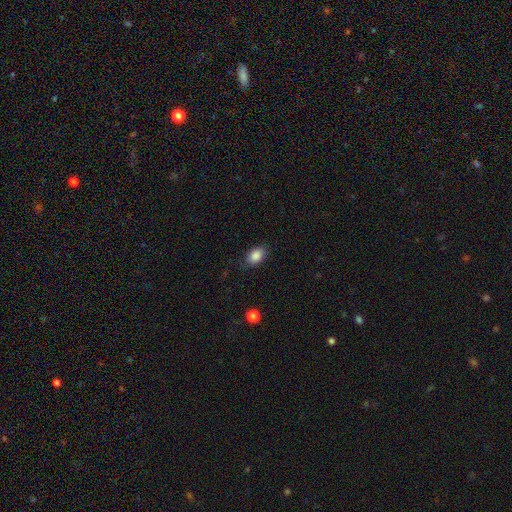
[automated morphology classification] This is clearly a smooth galaxy (87%). How rounded: clearly in between (83%). Merging: clearly none (83%).